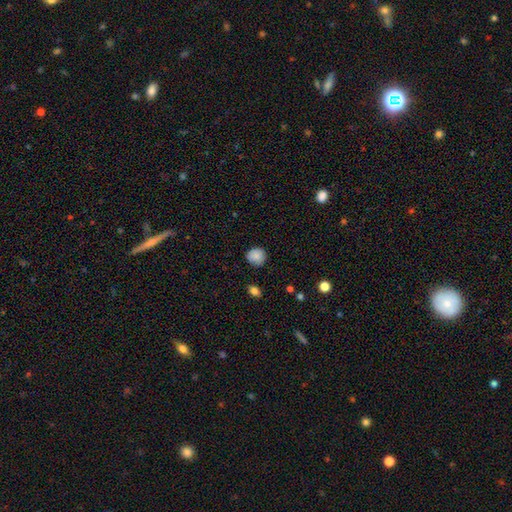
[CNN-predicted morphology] smooth 86%, star or artifact 9%, featured or disk 5%. Down the decision tree: how rounded — round (89%); merging — none (82%).